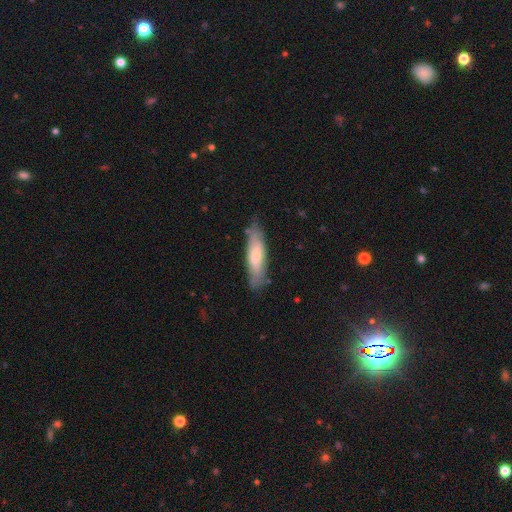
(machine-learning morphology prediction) A smooth galaxy with no disk features (65%) that is cigar-shaped (62%). Merging: none (72%).